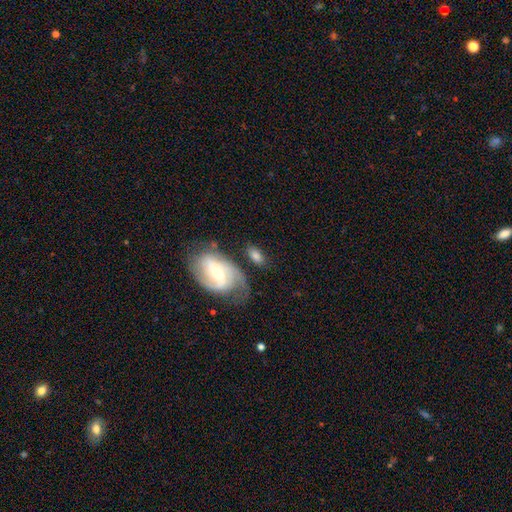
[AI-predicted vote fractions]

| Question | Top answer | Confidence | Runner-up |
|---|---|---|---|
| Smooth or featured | smooth | 61% | featured or disk (31%) |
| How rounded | in between | 87% | round (8%) |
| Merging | none | 61% | minor disturbance (19%) |